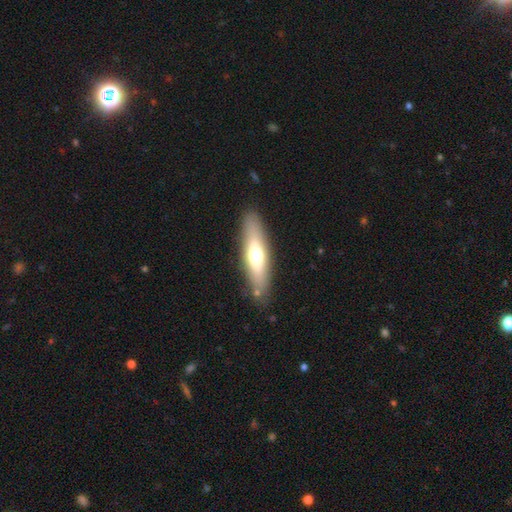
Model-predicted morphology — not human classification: The model was most divided on "smooth or featured": smooth: 53%, featured or disk: 41%, star or artifact: 6%. More confident: merging — none (84%); how rounded — cigar-shaped (61%).